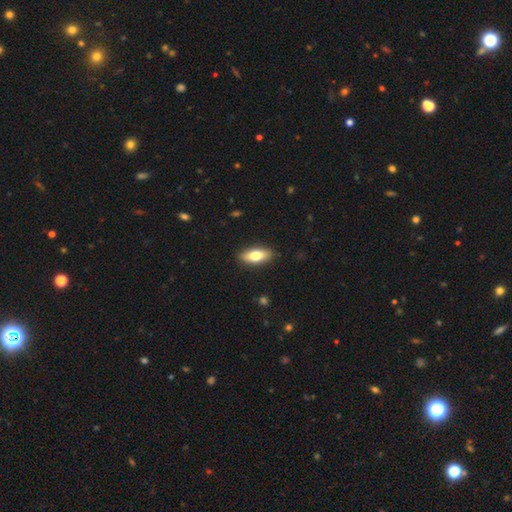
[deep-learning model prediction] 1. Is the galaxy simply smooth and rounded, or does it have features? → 74% smooth, 20% featured or disk, 6% star or artifact.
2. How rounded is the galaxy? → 80% in between, 17% cigar-shaped, 3% round.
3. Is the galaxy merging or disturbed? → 88% none, 9% minor disturbance, 2% major disturbance, 1% merger.